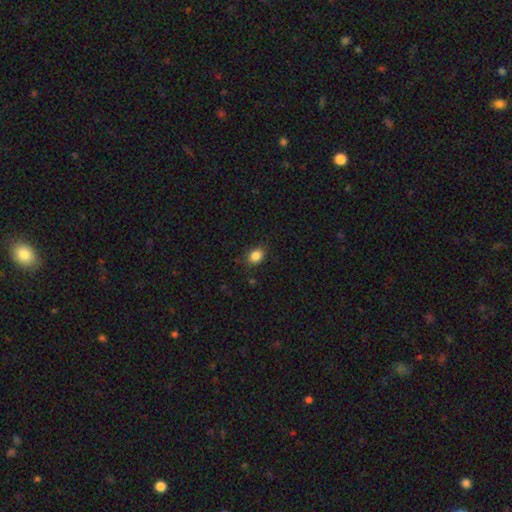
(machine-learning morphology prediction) type=smooth (85%); roundness=in between (56%); merging=none (83%).